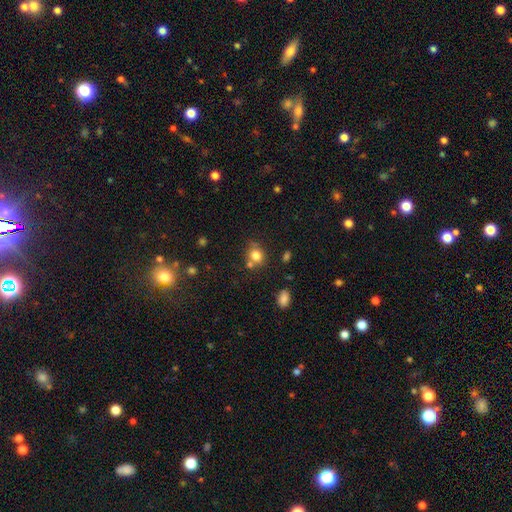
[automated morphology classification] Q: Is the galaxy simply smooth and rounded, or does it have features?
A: smooth — 79%.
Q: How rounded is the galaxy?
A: round — 71%.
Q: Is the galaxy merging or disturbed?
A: none — 58%.